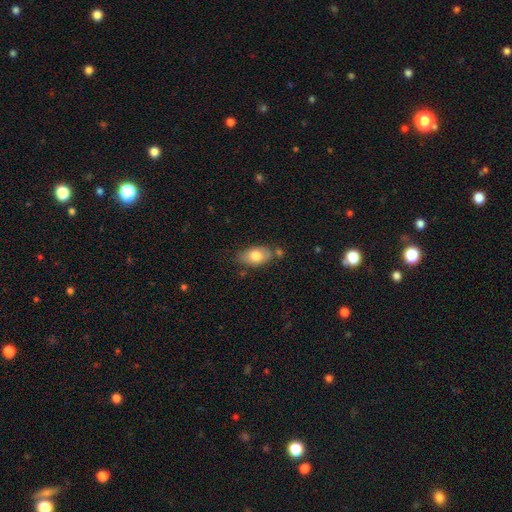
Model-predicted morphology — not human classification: The model was most divided on "merging": none: 68%, minor disturbance: 20%, merger: 8%, major disturbance: 4%. More confident: how rounded — in between (91%); smooth or featured — smooth (76%).